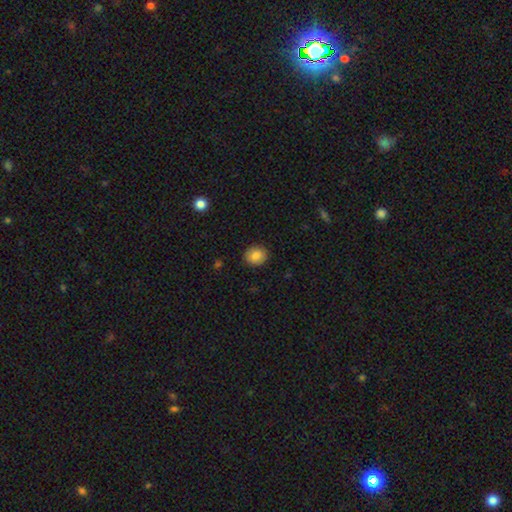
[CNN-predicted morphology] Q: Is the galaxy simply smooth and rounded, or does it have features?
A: smooth — 85%.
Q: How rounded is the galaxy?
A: round — 74%.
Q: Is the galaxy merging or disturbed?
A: none — 90%.